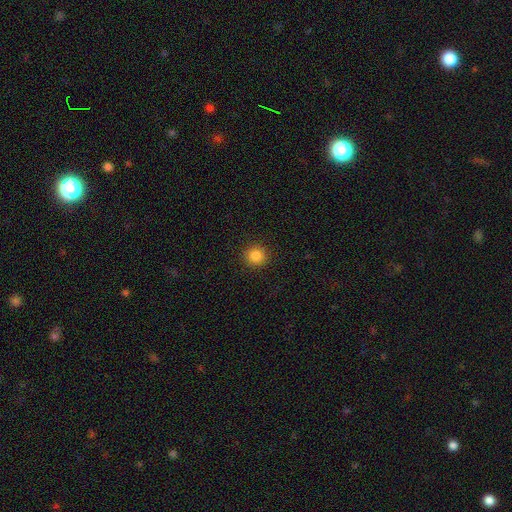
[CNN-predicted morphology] Smooth or featured? smooth (85%)
How rounded? round (93%)
Merging? none (92%)